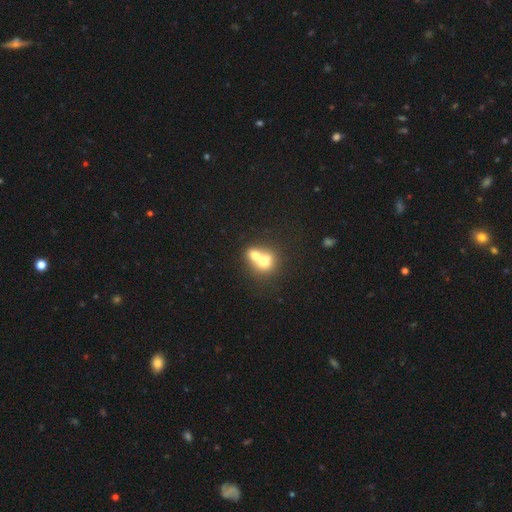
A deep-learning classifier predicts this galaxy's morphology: Q: Smooth or featured?
A: smooth (67%); runner-up: featured or disk (24%)
Q: How rounded?
A: round (61%); runner-up: in between (38%)
Q: Merging?
A: merger (74%); runner-up: none (19%)